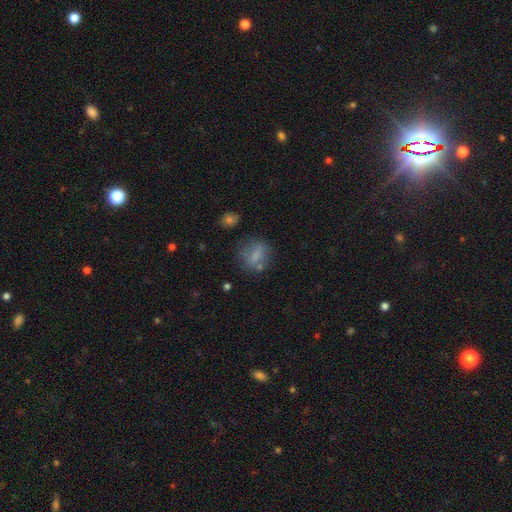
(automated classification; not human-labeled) Morphology: type=smooth (69%); roundness=round (63%); merging=none (65%).